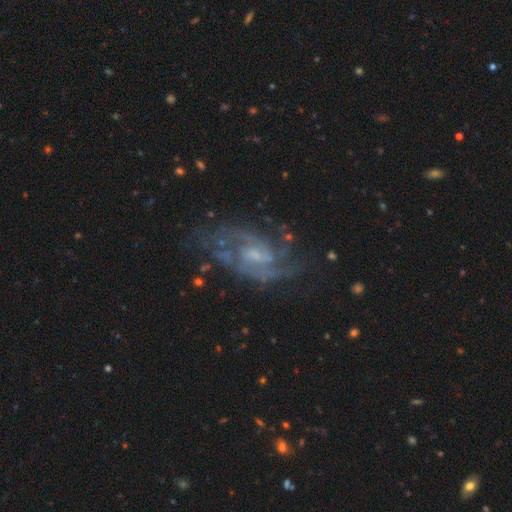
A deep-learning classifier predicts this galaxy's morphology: This is clearly a featured or disk galaxy (86%). It is clearly not viewed edge-on (97%). Bar: possibly weak (51%). Spiral arm pattern: clearly yes (94%). Spiral arm count: marginally 2 (44%). Spiral winding: possibly medium (51%). Central bulge: possibly small (46%). Merging: likely none (64%).